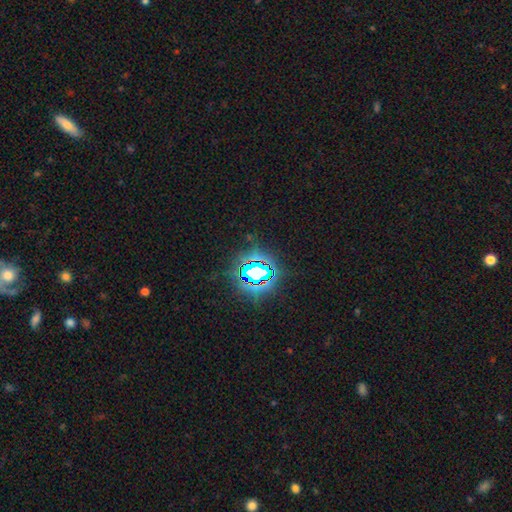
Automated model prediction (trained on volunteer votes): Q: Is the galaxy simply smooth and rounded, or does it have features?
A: star or artifact — 82%.